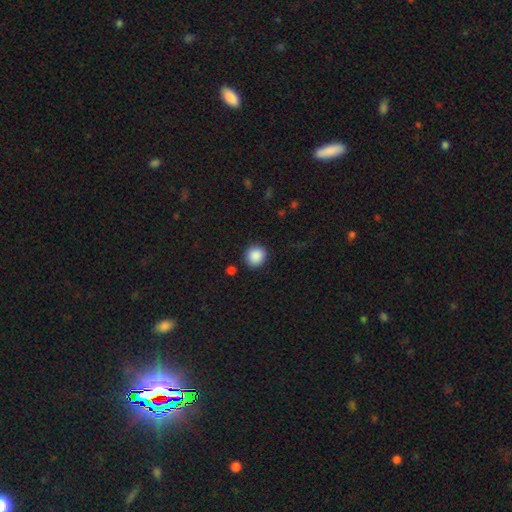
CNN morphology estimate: A smooth galaxy with no disk features (88%) that is round (87%).

Vote fractions:
- Smooth or featured? smooth: 88% / star or artifact: 9% / featured or disk: 3%
- How rounded? round: 87% / in between: 12% / cigar-shaped: 1%
- Merging? none: 87% / minor disturbance: 8% / major disturbance: 3% / merger: 2%